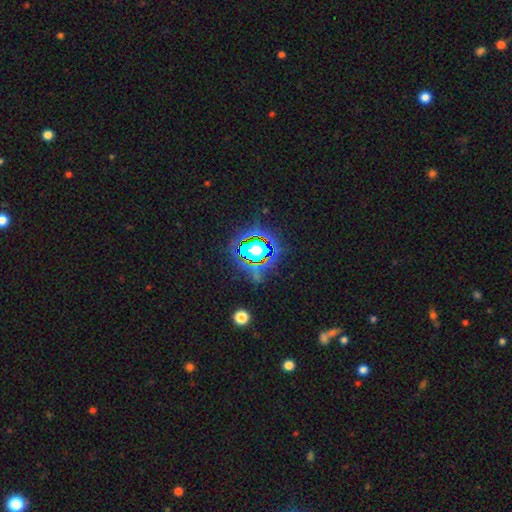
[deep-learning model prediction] Smooth or featured? Predicted: star or artifact (p=0.81).